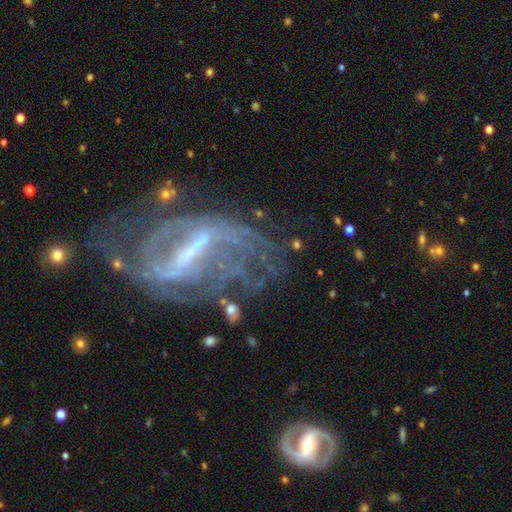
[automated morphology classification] smooth_or_featured: featured or disk (p=0.82) [alt: star or artifact p=0.11]
disk_edge_on: no (p=0.90) [alt: yes p=0.10]
bar: strong (p=0.68) [alt: weak p=0.24]
has_spiral_arms: yes (p=0.78) [alt: no p=0.22]
spiral_winding: medium (p=0.37) [alt: loose p=0.35]
spiral_arm_count: 2 (p=0.45) [alt: can't tell p=0.36]
bulge_size: small (p=0.45) [alt: none p=0.27]
merging: none (p=0.50) [alt: major disturbance p=0.25]